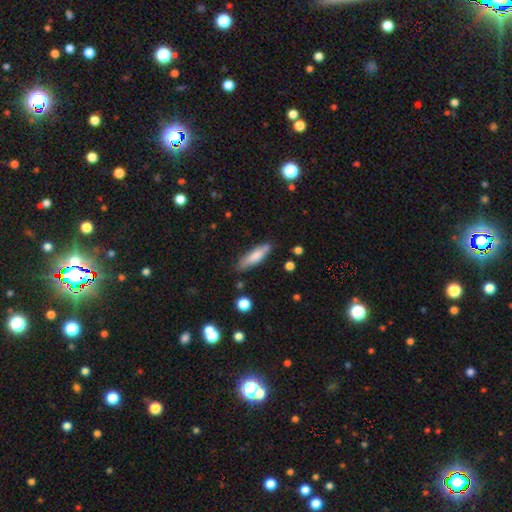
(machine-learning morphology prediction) The model was most divided on "how rounded": cigar-shaped: 59%, in between: 39%, round: 2%. More confident: smooth or featured — smooth (77%); merging — none (75%).